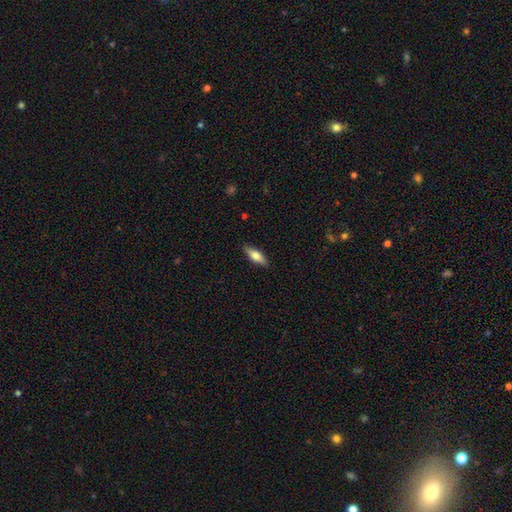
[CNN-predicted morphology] Overall: smooth (70%). How rounded: in between (63%; cigar-shaped 34%). Merging: none (88%).